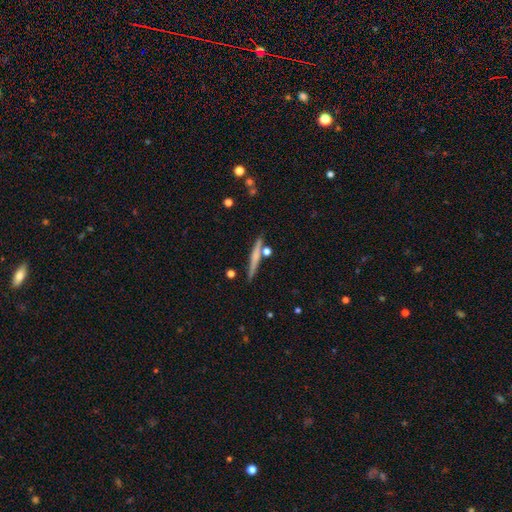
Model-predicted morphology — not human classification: A featured or disk galaxy (48%).

Vote fractions:
- Smooth or featured? featured or disk: 48% / smooth: 45% / star or artifact: 7%
- Merging? none: 81% / minor disturbance: 10% / merger: 7% / major disturbance: 3%